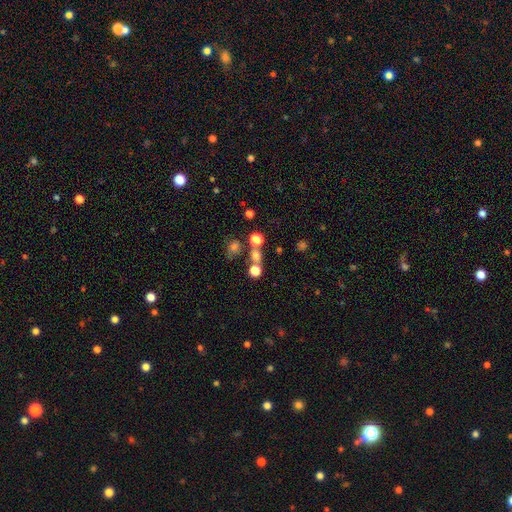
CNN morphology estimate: Smooth or featured? Predicted: smooth (p=0.66). How rounded? Predicted: round (p=0.80). Merging? Predicted: none (p=0.60).